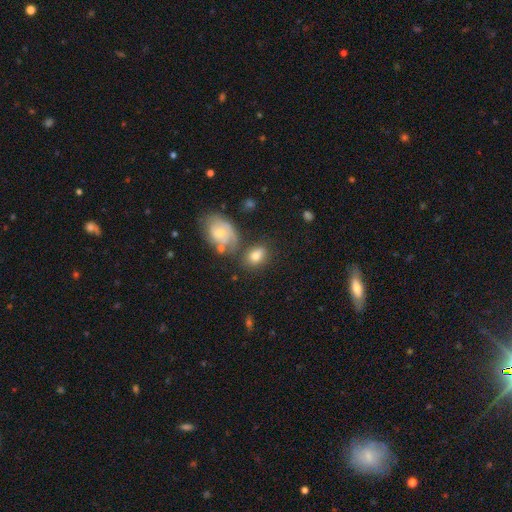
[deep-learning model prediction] This appears to be a smooth galaxy with no disk features (74%) that is in between round and cigar-shaped (70%). Merging: none (56%).